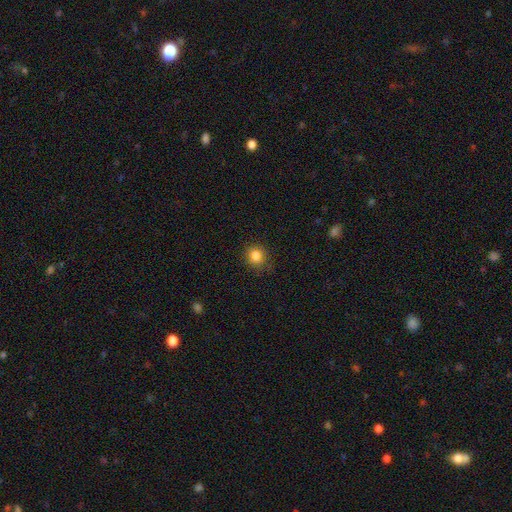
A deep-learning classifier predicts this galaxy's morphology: Overall: smooth (83%). How rounded: round (82%). Merging: none (86%).